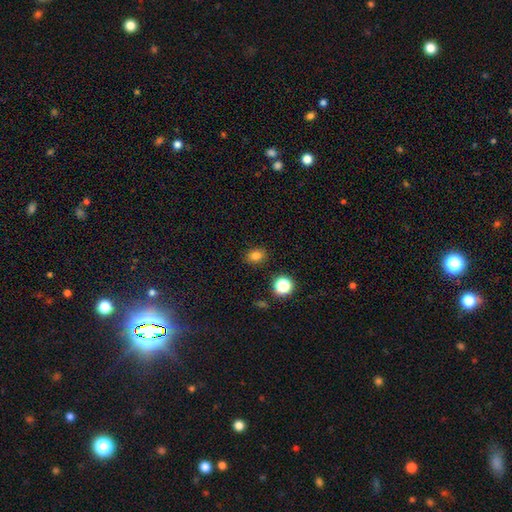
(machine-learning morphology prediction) Smooth or featured: smooth — 79% (star or artifact — 15%)
How rounded: in between — 50% (round — 49%)
Merging: none — 87% (minor disturbance — 9%)